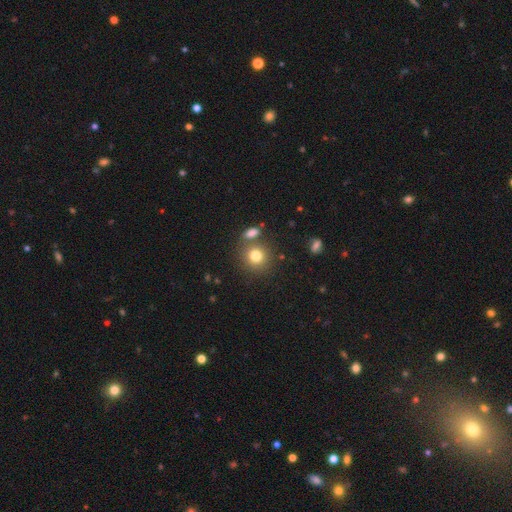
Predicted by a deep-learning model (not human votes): Morphology: type=smooth (79%); roundness=round (84%); merging=none (70%).